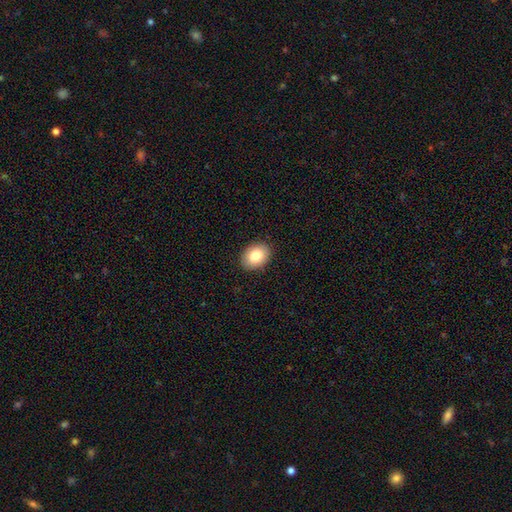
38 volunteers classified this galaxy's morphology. This appears to be a smooth galaxy with no disk features (95%) that is in between round and cigar-shaped (64%). Merging: none (81%).